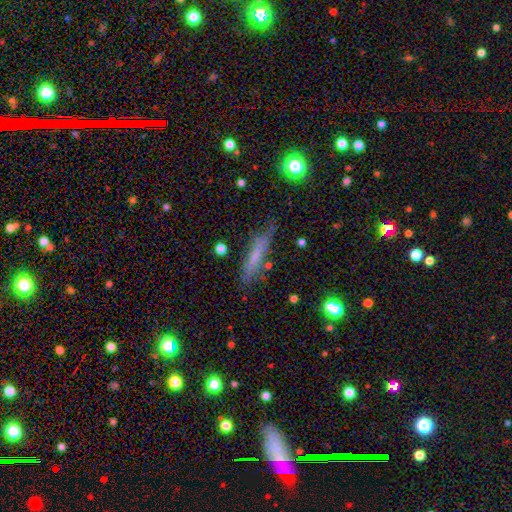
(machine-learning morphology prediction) A smooth galaxy with no disk features (58%) that is cigar-shaped (85%).

Vote fractions:
- Smooth or featured? smooth: 58% / featured or disk: 33% / star or artifact: 9%
- How rounded? cigar-shaped: 85% / in between: 12% / round: 2%
- Merging? none: 70% / minor disturbance: 21% / major disturbance: 6% / merger: 3%